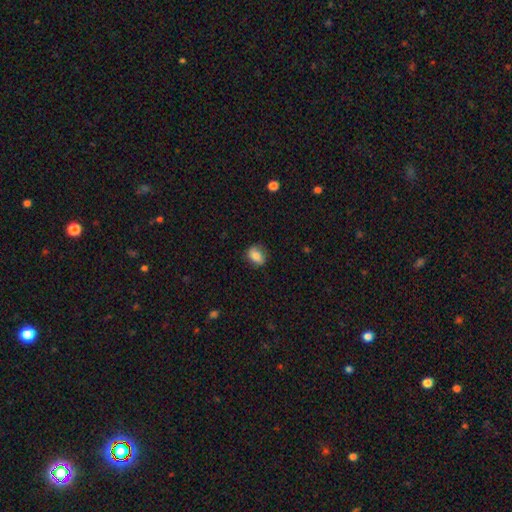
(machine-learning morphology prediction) type=smooth (81%); roundness=in between (61%); merging=none (79%).